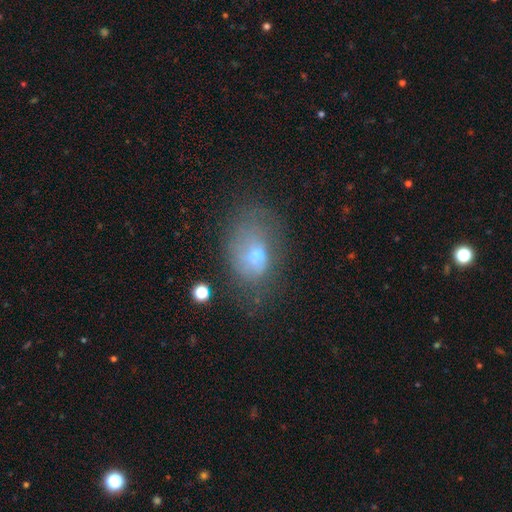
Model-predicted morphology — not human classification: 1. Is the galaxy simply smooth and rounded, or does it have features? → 57% smooth, 30% featured or disk, 12% star or artifact.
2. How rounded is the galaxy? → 78% in between, 21% round, 1% cigar-shaped.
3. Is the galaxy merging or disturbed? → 41% none, 29% minor disturbance, 27% major disturbance, 3% merger.